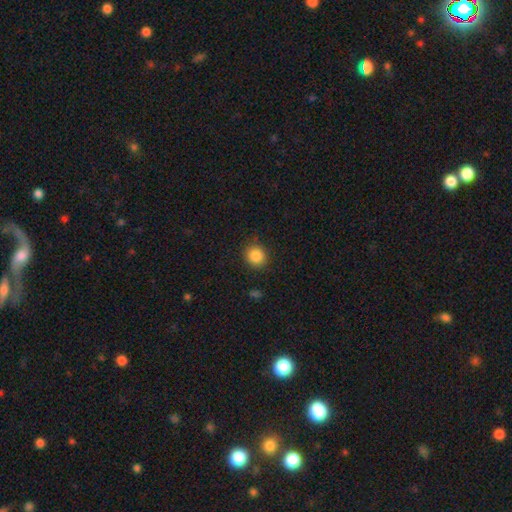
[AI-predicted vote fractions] Morphology: type=smooth (86%); roundness=round (89%); merging=none (89%).